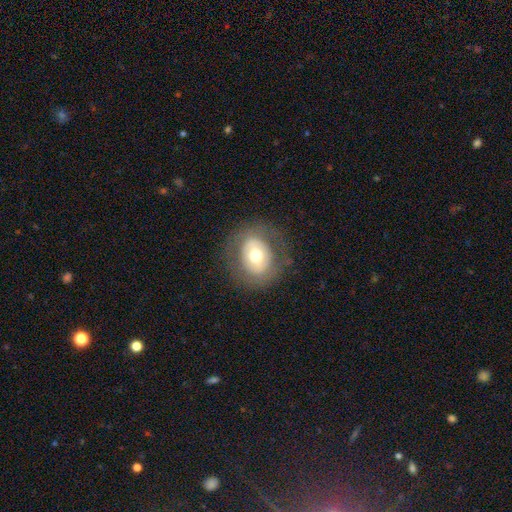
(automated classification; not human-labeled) Smooth or featured? smooth (53%)
How rounded? round (66%)
Merging? none (78%)